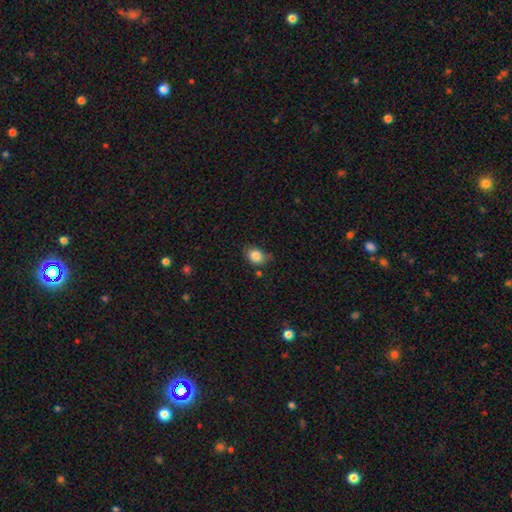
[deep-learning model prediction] This is clearly a smooth galaxy (84%). How rounded: possibly in between (54%). Merging: likely none (63%).